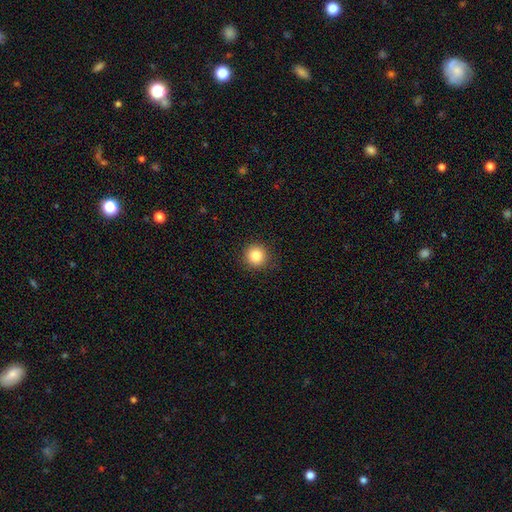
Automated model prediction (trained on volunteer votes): Smooth or featured?
  - smooth: 85% *
  - star or artifact: 10%
  - featured or disk: 5%
How rounded?
  - round: 94% *
  - in between: 5%
  - cigar-shaped: 1%
Merging?
  - none: 91% *
  - minor disturbance: 6%
  - major disturbance: 2%
  - merger: 1%